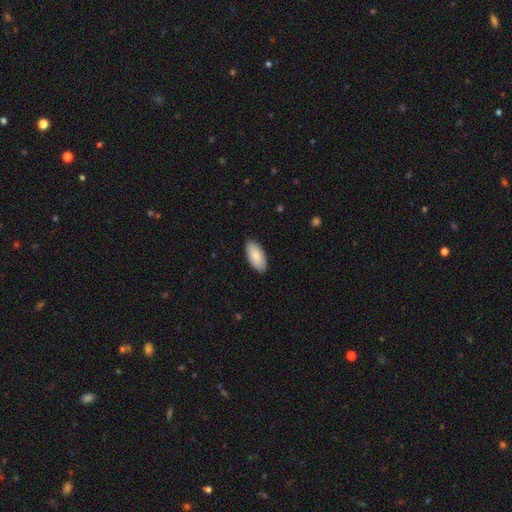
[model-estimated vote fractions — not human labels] A smooth galaxy with no disk features (86%) that is in between round and cigar-shaped (94%). Merging: none (88%).